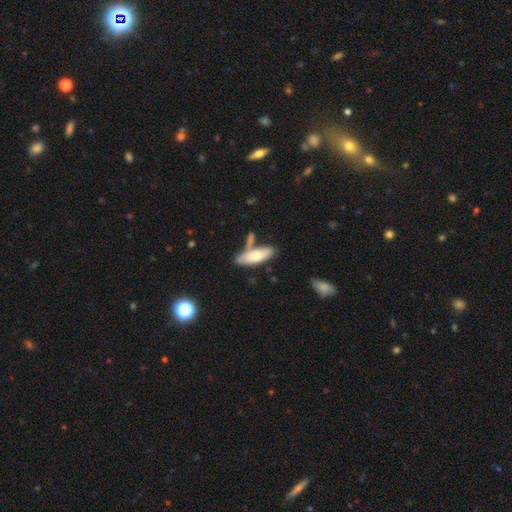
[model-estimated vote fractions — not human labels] The model was most divided on "how rounded": in between: 63%, cigar-shaped: 35%, round: 2%. More confident: smooth or featured — smooth (66%); merging — none (54%).